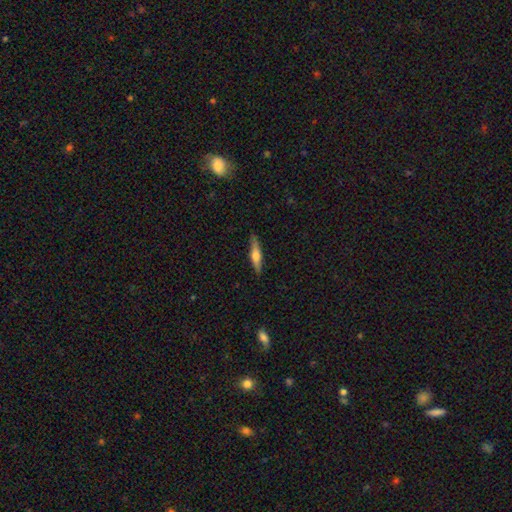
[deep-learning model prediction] The model was most divided on "smooth or featured": smooth: 48%, featured or disk: 47%, star or artifact: 6%. More confident: merging — none (87%).